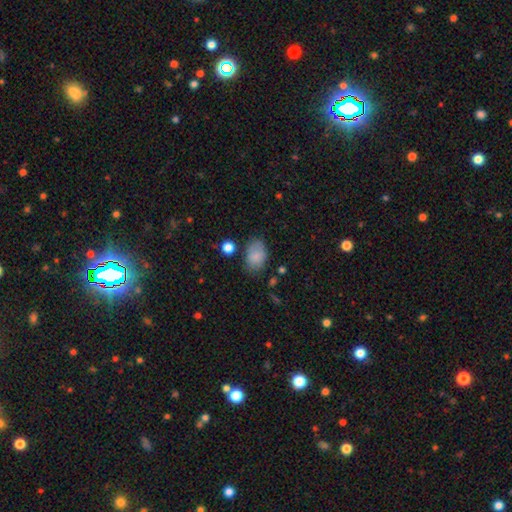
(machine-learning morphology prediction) smooth-or-featured: smooth: 84% | featured or disk: 9% | star or artifact: 8%
  how-rounded: in between: 85% | round: 14% | cigar-shaped: 1%
  merging: none: 68% | minor disturbance: 22% | major disturbance: 6% | merger: 4%